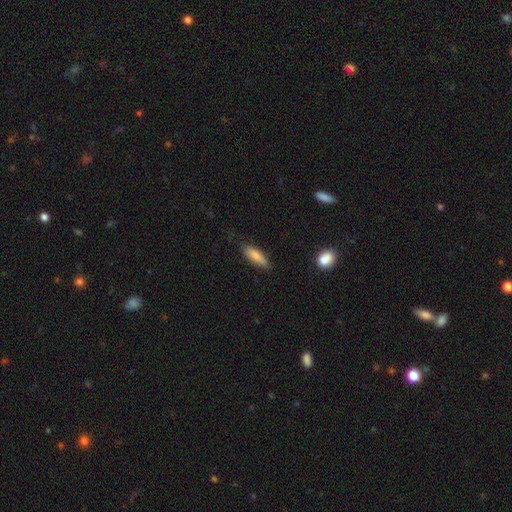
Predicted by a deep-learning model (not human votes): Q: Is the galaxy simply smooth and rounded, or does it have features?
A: smooth — 83%.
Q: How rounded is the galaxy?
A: in between — 53%.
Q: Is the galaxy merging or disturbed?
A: none — 76%.